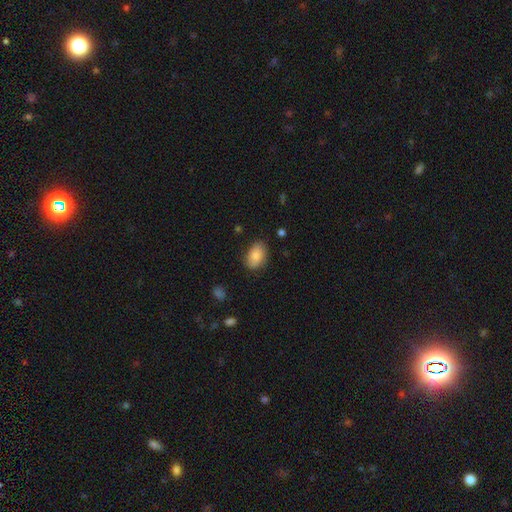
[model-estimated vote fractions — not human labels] Smooth or featured? Predicted: smooth (p=0.81). How rounded? Predicted: in between (p=0.87). Merging? Predicted: none (p=0.76).